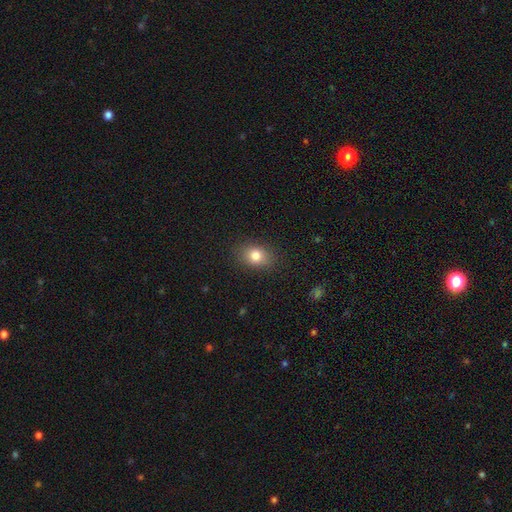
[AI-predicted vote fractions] smooth_or_featured: smooth (p=0.81) [alt: star or artifact p=0.10]
how_rounded: in between (p=0.67) [alt: round p=0.31]
merging: none (p=0.86) [alt: minor disturbance p=0.10]